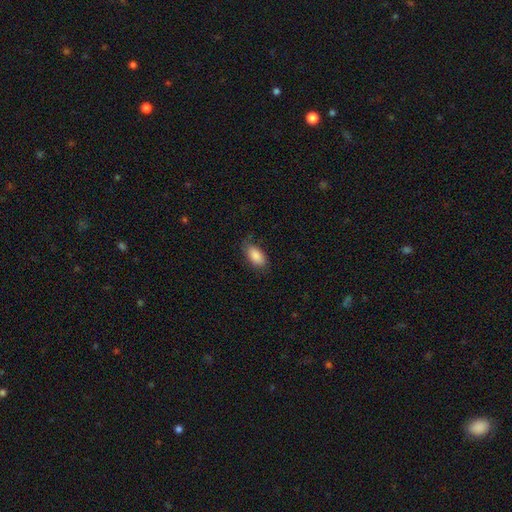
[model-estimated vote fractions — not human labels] Overall: smooth (87%). How rounded: in between (92%). Merging: none (74%).